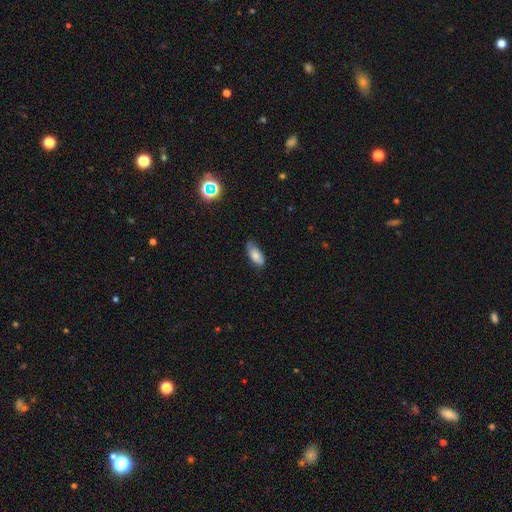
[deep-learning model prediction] Overall: smooth (76%). How rounded: in between (83%). Merging: none (67%).